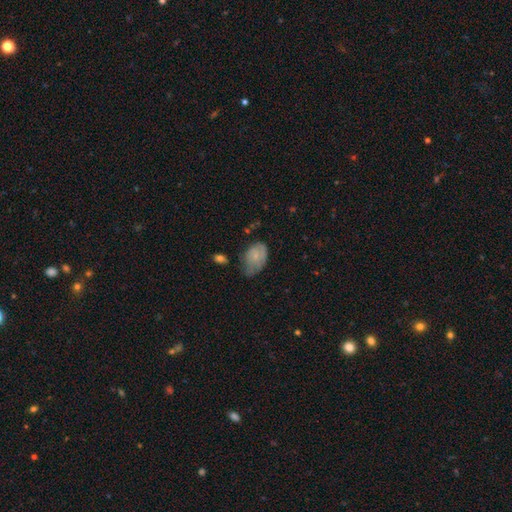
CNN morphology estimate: smooth-or-featured: smooth: 65% | featured or disk: 27% | star or artifact: 8%
  how-rounded: in between: 85% | round: 13% | cigar-shaped: 1%
  merging: minor disturbance: 41% (tied) | none: 41% (tied) | major disturbance: 15% | merger: 3%